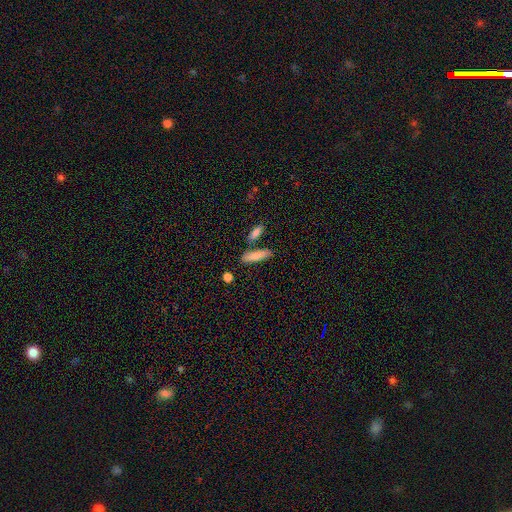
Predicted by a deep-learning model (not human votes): A smooth galaxy with no disk features (82%) that is cigar-shaped (62%).

Vote fractions:
- Smooth or featured? smooth: 82% / featured or disk: 12% / star or artifact: 6%
- How rounded? cigar-shaped: 62% / in between: 36% / round: 2%
- Merging? none: 73% / merger: 13% / minor disturbance: 12% / major disturbance: 3%